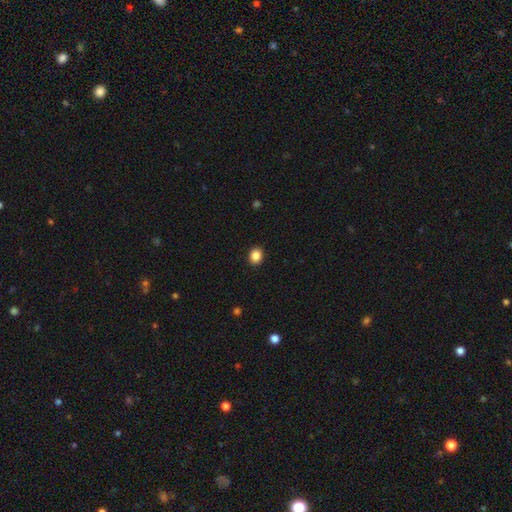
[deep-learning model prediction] Q: Smooth or featured?
A: smooth (87%); runner-up: star or artifact (9%)
Q: How rounded?
A: round (58%); runner-up: in between (41%)
Q: Merging?
A: none (91%); runner-up: minor disturbance (6%)